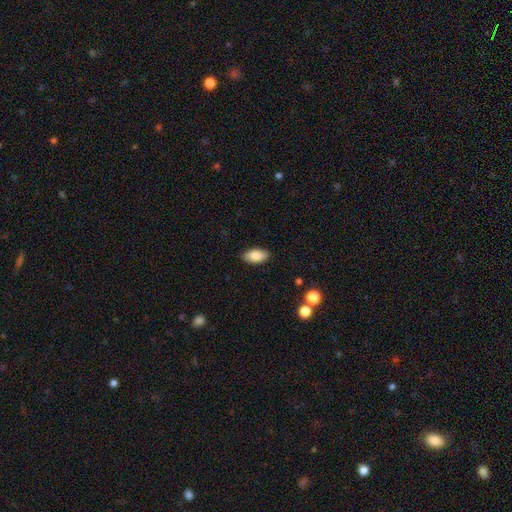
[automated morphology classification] Smooth or featured? smooth (85%)
How rounded? in between (93%)
Merging? none (88%)